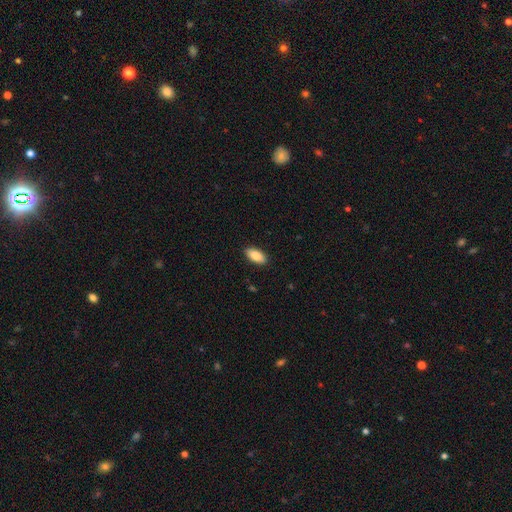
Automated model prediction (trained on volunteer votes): smooth-or-featured: smooth: 88% | star or artifact: 6% | featured or disk: 6%
  how-rounded: in between: 91% | cigar-shaped: 7% | round: 2%
  merging: none: 89% | minor disturbance: 8% | major disturbance: 2% | merger: 1%